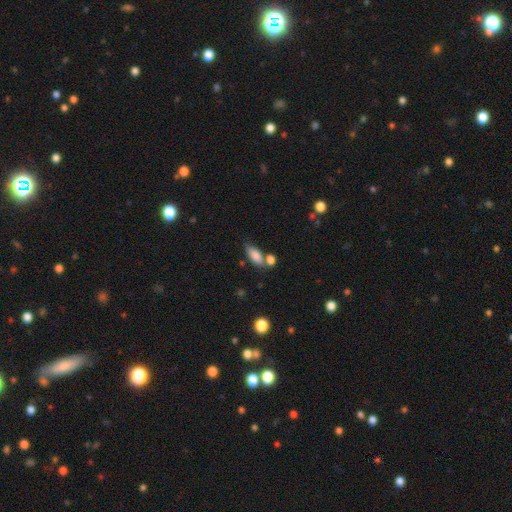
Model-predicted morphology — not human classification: This appears to be a smooth galaxy with no disk features (81%) that is in between round and cigar-shaped (83%). Merging: none (47%).